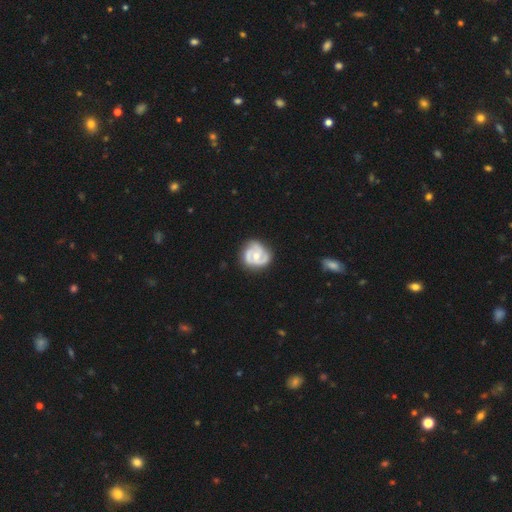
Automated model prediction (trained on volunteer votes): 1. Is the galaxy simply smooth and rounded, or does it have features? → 83% featured or disk, 13% smooth, 4% star or artifact.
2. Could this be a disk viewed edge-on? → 98% no, 2% yes.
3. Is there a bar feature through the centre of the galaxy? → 63% no, 30% weak, 7% strong.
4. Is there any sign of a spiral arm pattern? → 95% yes, 5% no.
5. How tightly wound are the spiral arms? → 48% tight, 42% medium, 10% loose.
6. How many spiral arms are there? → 43% 2, 39% 3, 9% can't tell, 3% 1, 3% 4, 3% more than 4.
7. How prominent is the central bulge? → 61% moderate, 34% small, 2% large, 2% none, 1% dominant.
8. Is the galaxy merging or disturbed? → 71% none, 21% minor disturbance, 6% major disturbance, 2% merger.